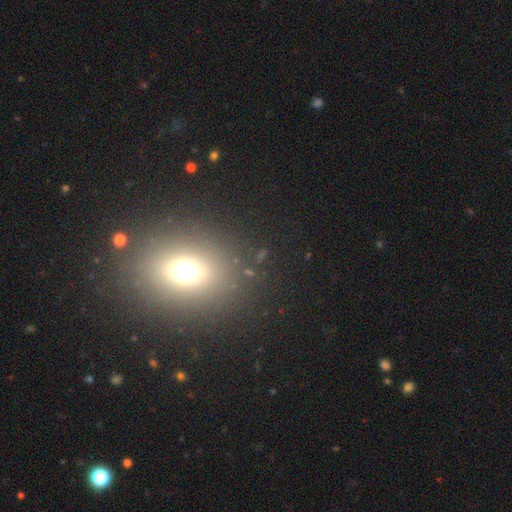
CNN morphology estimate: smooth-or-featured: smooth: 62% | star or artifact: 24% | featured or disk: 13%
  how-rounded: in between: 60% | round: 37% | cigar-shaped: 3%
  merging: none: 88% | minor disturbance: 7% | major disturbance: 3% | merger: 2%